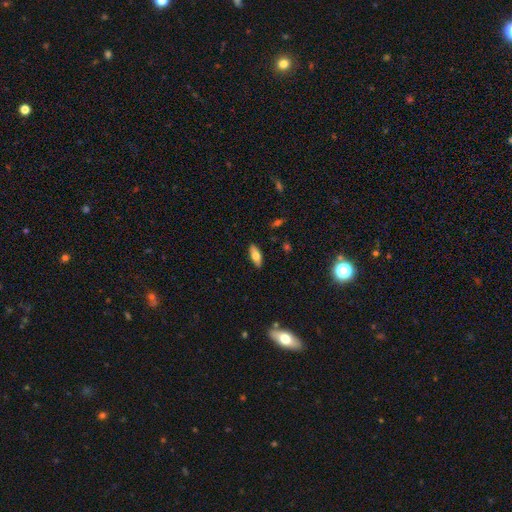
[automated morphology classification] This appears to be a smooth galaxy with no disk features (65%) that is in between round and cigar-shaped (73%). Merging: none (88%).